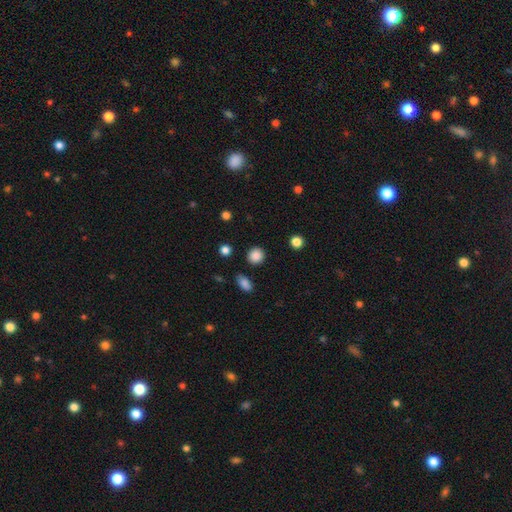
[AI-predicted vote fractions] Morphology: type=smooth (86%); roundness=round (88%); merging=none (88%).